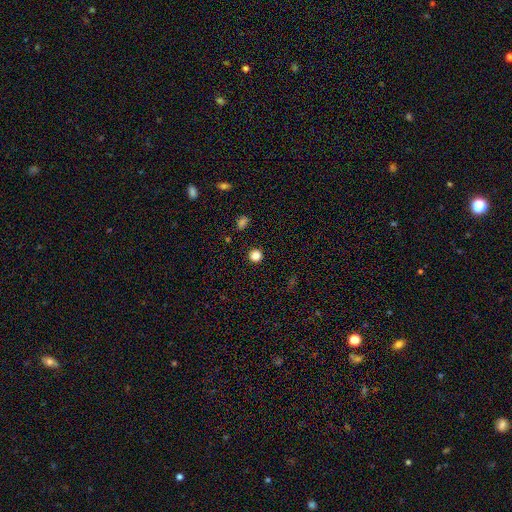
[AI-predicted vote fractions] Smooth or featured? Predicted: smooth (p=0.84). How rounded? Predicted: round (p=0.95). Merging? Predicted: none (p=0.92).